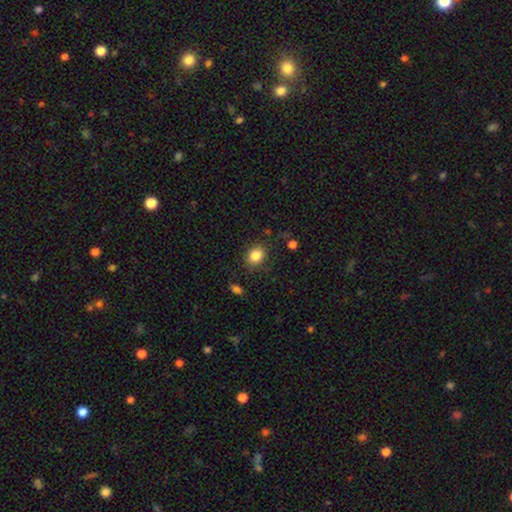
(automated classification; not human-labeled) A smooth galaxy with no disk features (85%) that is round (55%). Merging: none (82%).